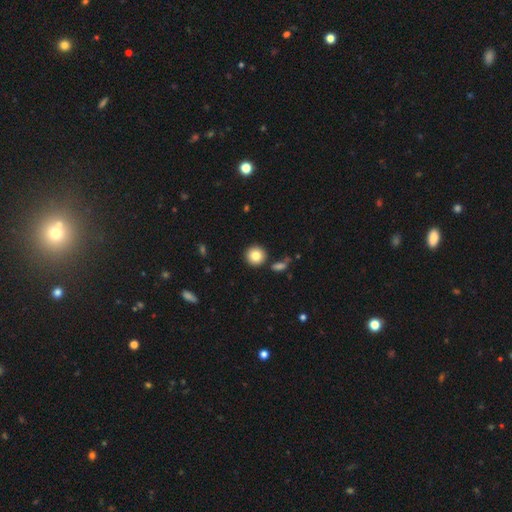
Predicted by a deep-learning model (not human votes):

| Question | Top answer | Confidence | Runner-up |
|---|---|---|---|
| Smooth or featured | smooth | 82% | star or artifact (9%) |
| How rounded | round | 93% | in between (6%) |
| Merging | none | 86% | minor disturbance (7%) |